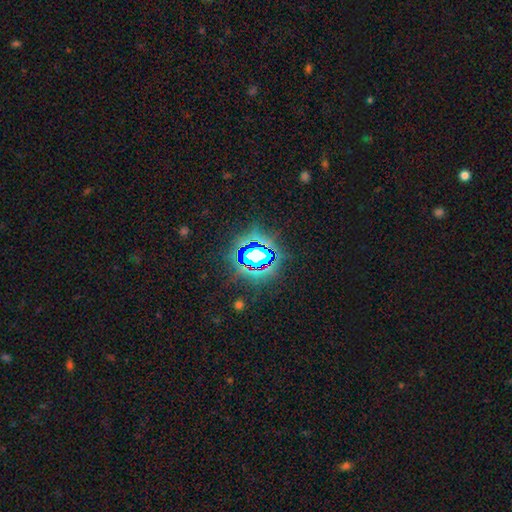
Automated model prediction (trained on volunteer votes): smooth-or-featured: star or artifact: 74% | smooth: 15% | featured or disk: 10%